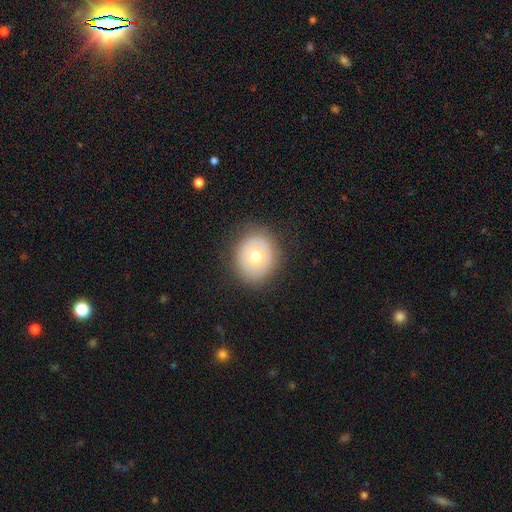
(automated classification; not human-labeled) Morphology: type=smooth (60%); roundness=round (67%); merging=none (84%).